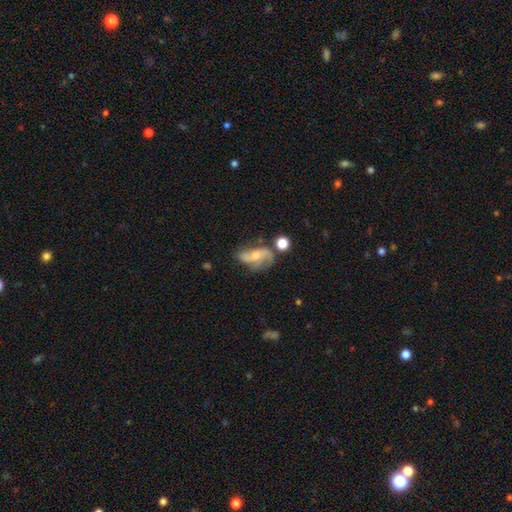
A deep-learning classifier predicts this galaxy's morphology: A featured or disk galaxy (68%) with no bar (60%), 2 (60%) loose (53%) spiral arms (89%) and a small central bulge (50%). Merging: none (43%).